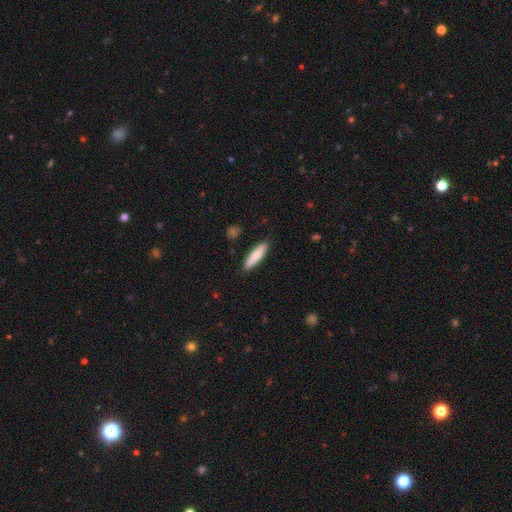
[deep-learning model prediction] This appears to be a smooth galaxy with no disk features (76%) that is cigar-shaped (75%). Merging: none (88%).